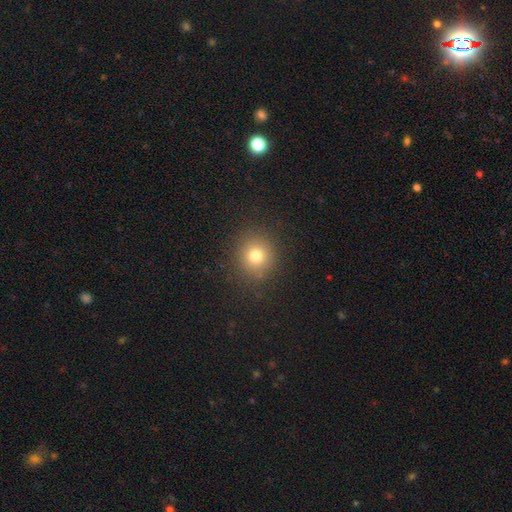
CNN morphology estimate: Smooth or featured? Predicted: smooth (p=0.75). How rounded? Predicted: round (p=0.90). Merging? Predicted: none (p=0.88).